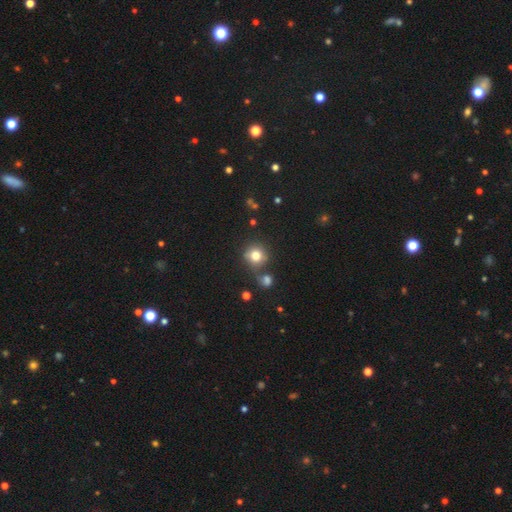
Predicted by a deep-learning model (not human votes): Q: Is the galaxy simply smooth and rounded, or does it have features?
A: smooth — 78%.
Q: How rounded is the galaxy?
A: round — 89%.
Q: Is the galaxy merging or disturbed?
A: none — 65%.